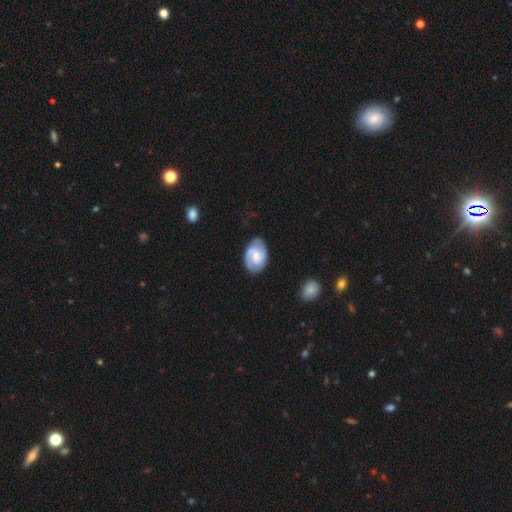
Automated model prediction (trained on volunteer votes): This is likely a featured or disk galaxy (73%). It is clearly not viewed edge-on (97%). Bar: possibly weak (48%). Spiral arm pattern: clearly yes (94%). Spiral arm count: likely 2 (79%). Spiral winding: possibly tight (46%). Central bulge: marginally small (42%). Merging: likely none (75%).